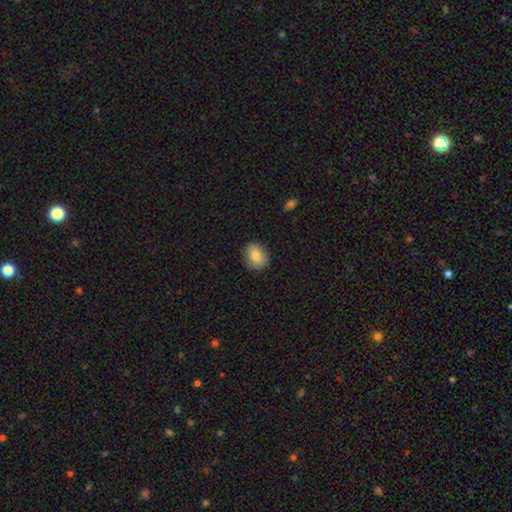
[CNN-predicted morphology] A smooth galaxy with no disk features (79%) that is round (51%).

Vote fractions:
- Smooth or featured? smooth: 79% / featured or disk: 13% / star or artifact: 8%
- How rounded? round: 51% / in between: 48% / cigar-shaped: 1%
- Merging? none: 84% / minor disturbance: 12% / major disturbance: 3% / merger: 1%